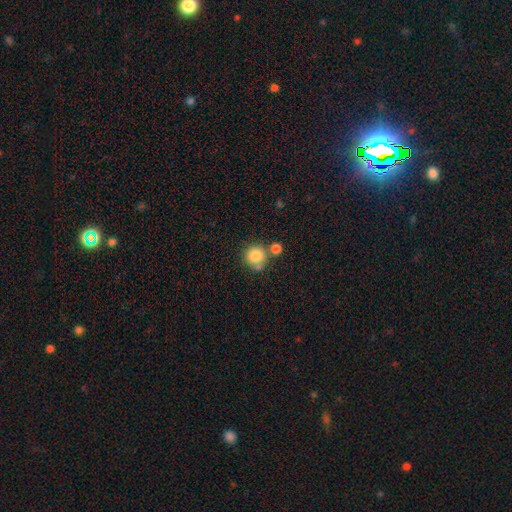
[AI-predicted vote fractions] Morphology: type=smooth (82%); roundness=round (91%); merging=none (62%).